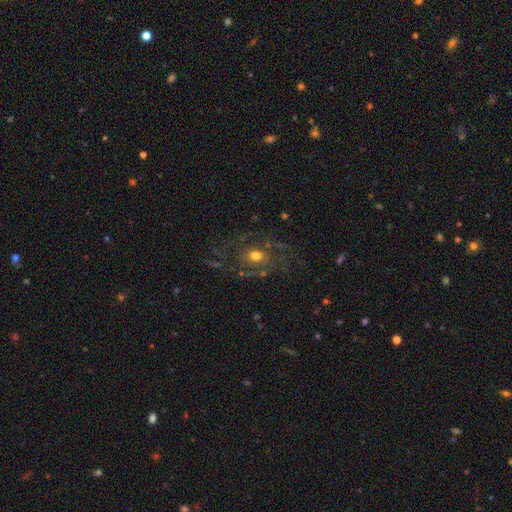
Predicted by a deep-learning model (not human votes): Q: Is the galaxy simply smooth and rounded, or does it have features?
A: featured or disk — 63%.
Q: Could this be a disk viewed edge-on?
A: no — 96%.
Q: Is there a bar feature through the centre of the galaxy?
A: no — 75%.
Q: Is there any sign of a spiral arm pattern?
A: yes — 74%.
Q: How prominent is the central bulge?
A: moderate — 65%.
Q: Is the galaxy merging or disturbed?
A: none — 61%.